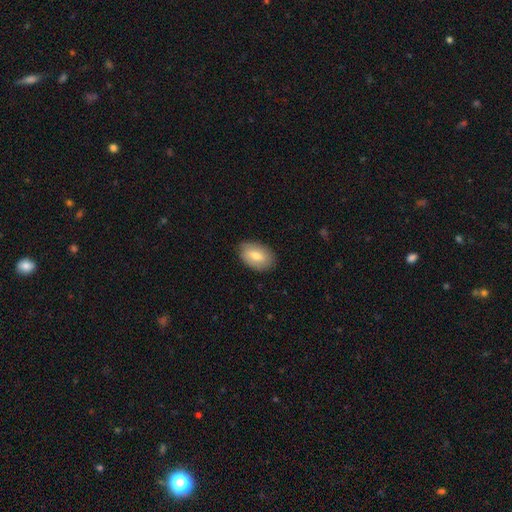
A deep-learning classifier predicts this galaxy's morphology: smooth_or_featured: smooth (p=0.69) [alt: featured or disk p=0.25]
how_rounded: in between (p=0.88) [alt: round p=0.11]
merging: none (p=0.84) [alt: minor disturbance p=0.12]